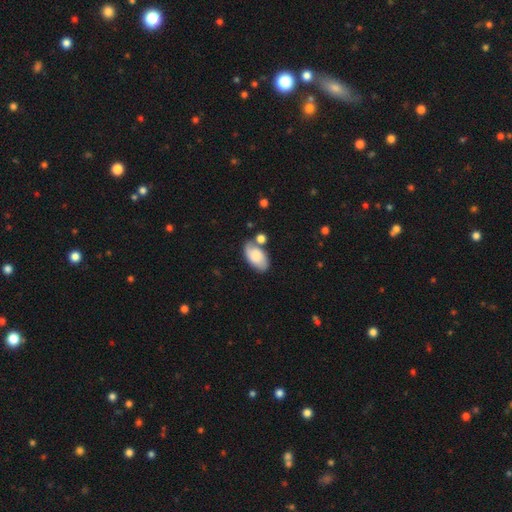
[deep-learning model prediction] smooth_or_featured: smooth (p=0.67) [alt: featured or disk p=0.25]
how_rounded: in between (p=0.93) [alt: round p=0.05]
merging: none (p=0.55) [alt: minor disturbance p=0.20]